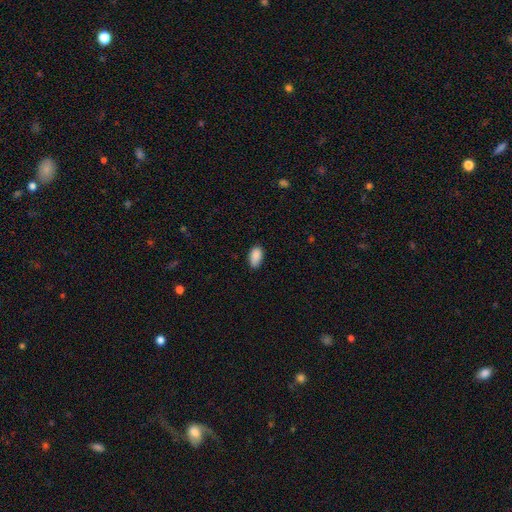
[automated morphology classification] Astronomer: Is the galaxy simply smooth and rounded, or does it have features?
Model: smooth — 88%.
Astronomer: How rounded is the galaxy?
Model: in between — 93%.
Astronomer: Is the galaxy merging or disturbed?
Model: none — 76%.